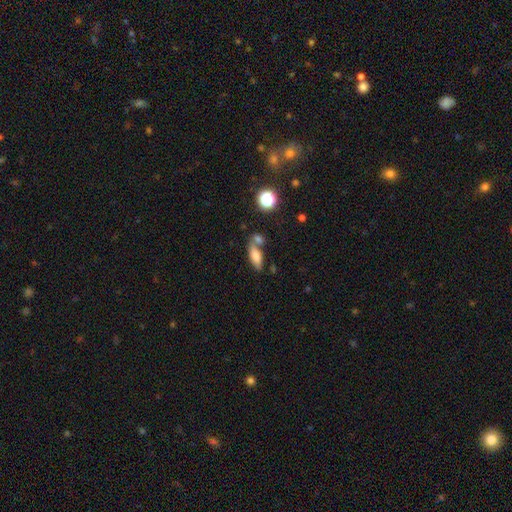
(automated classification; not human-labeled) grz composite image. It shows a smooth galaxy with no disk features (73%) that is in between round and cigar-shaped (71%). Merging: none (49%).